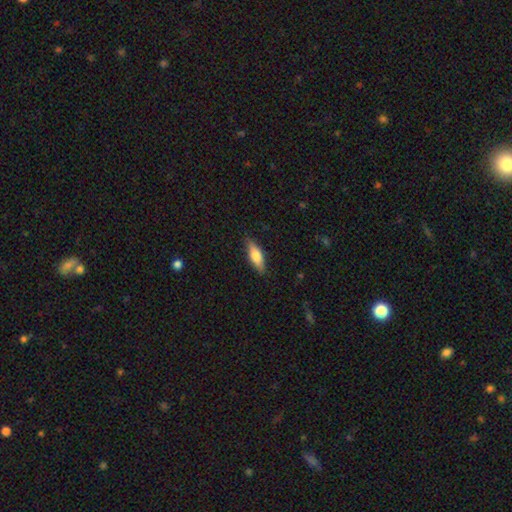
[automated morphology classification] smooth 67%, featured or disk 27%, star or artifact 6%. Down the decision tree: how rounded — in between (58%); merging — none (84%).